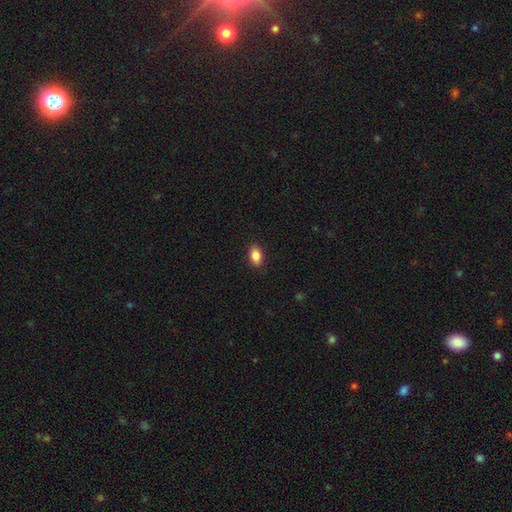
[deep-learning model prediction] This appears to be a smooth galaxy with no disk features (86%) that is in between round and cigar-shaped (88%). Merging: none (89%).